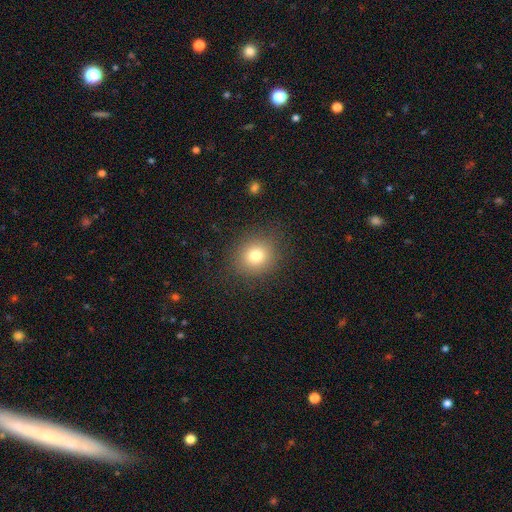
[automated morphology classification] Overall: smooth (77%). How rounded: round (83%). Merging: none (86%).